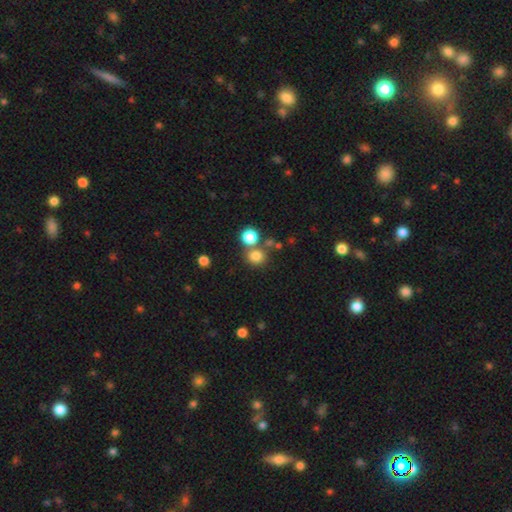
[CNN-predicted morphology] smooth-or-featured: smooth: 78% | star or artifact: 15% | featured or disk: 7%
  how-rounded: round: 86% | in between: 13% | cigar-shaped: 1%
  merging: none: 67% | merger: 22% | minor disturbance: 8% | major disturbance: 3%